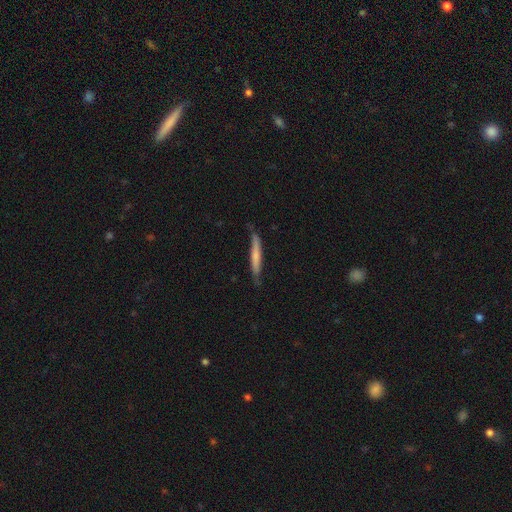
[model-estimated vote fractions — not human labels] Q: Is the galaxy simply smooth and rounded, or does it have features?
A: smooth — 61%.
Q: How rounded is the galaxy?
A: cigar-shaped — 95%.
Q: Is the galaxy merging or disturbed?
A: none — 71%.